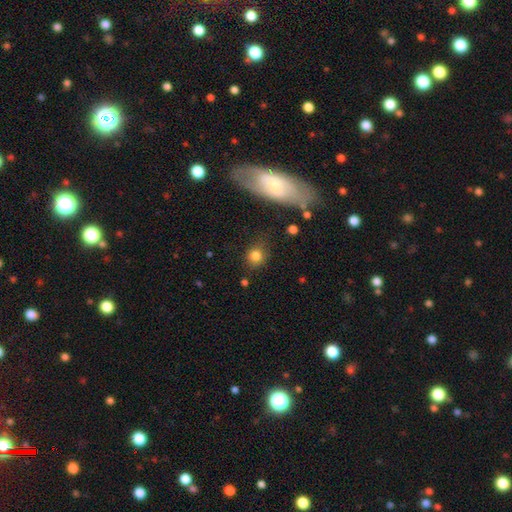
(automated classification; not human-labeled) smooth 81%, star or artifact 12%, featured or disk 7%. Down the decision tree: how rounded — round (81%); merging — none (77%).